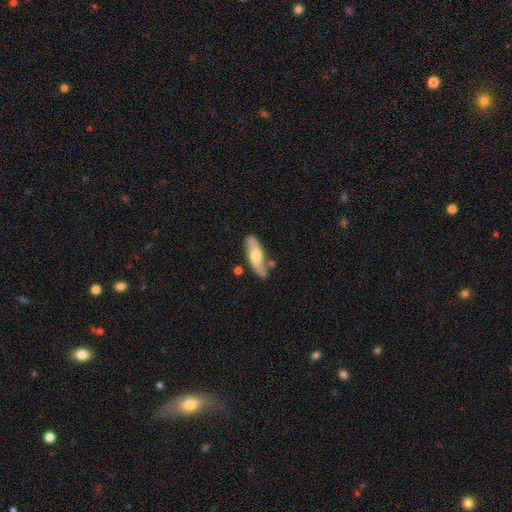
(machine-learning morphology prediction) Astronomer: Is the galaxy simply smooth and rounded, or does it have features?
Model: featured or disk — 51% (runner-up: smooth, 44%).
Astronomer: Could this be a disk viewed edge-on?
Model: no — 64%.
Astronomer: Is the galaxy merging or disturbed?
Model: none — 73%.